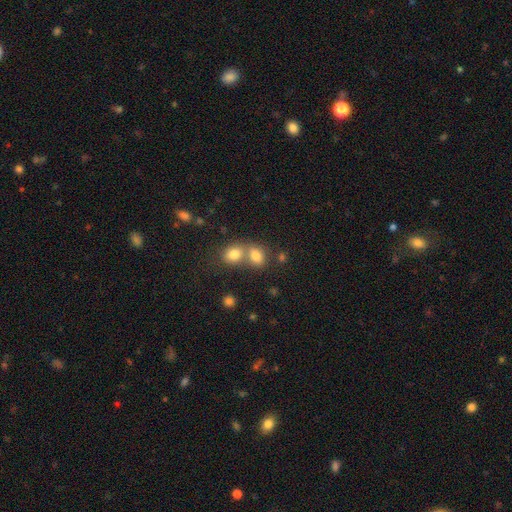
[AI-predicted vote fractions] Smooth or featured? smooth (80%)
How rounded? in between (69%)
Merging? merger (55%)